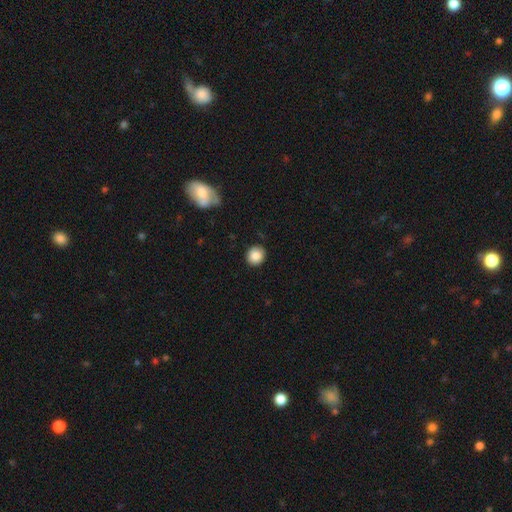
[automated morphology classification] Smooth or featured? Predicted: smooth (p=0.85). How rounded? Predicted: round (p=0.87). Merging? Predicted: none (p=0.88).